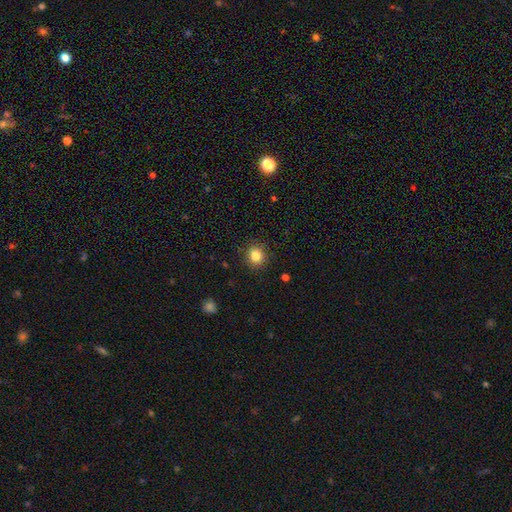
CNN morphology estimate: A smooth galaxy with no disk features (84%) that is round (84%). Merging: none (90%).